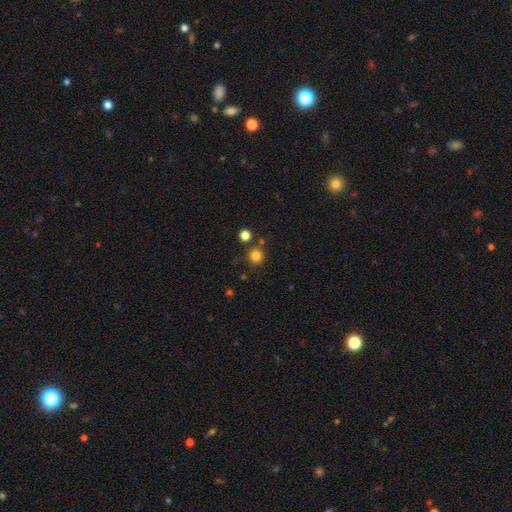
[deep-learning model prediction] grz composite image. It shows a smooth galaxy with no disk features (82%) that is round (93%). Merging: none (81%).